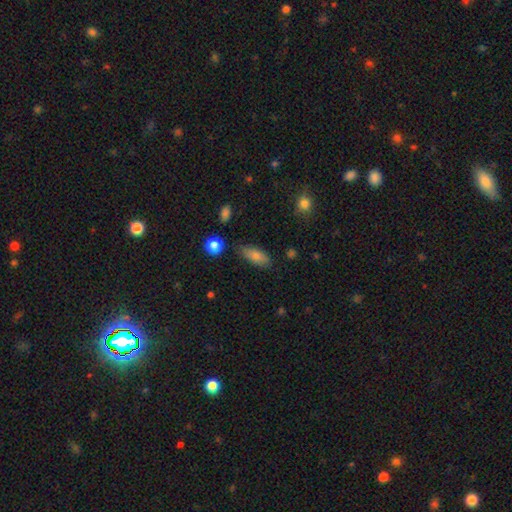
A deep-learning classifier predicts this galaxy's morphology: The model was most divided on "how rounded": in between: 78%, cigar-shaped: 19%, round: 3%. More confident: merging — none (80%); smooth or featured — smooth (80%).